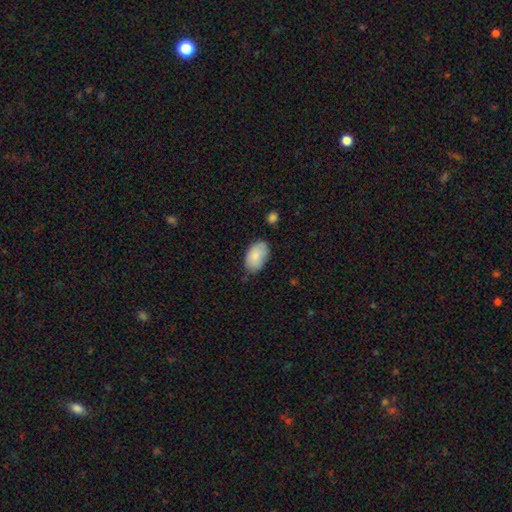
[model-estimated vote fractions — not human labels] This appears to be a smooth galaxy with no disk features (85%) that is in between round and cigar-shaped (94%). Merging: none (73%).